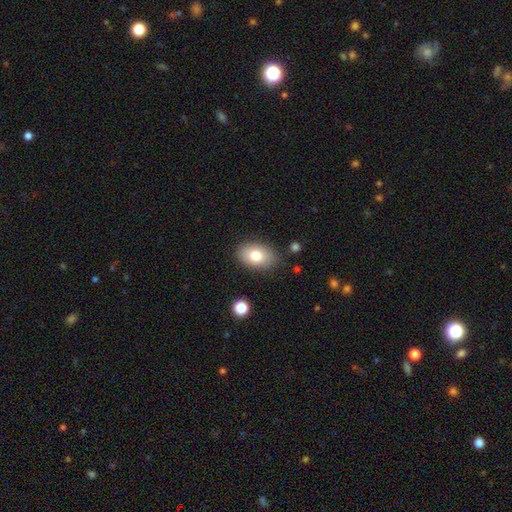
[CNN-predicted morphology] smooth_or_featured: smooth (p=0.78) [alt: featured or disk p=0.14]
how_rounded: in between (p=0.86) [alt: round p=0.12]
merging: none (p=0.83) [alt: minor disturbance p=0.12]